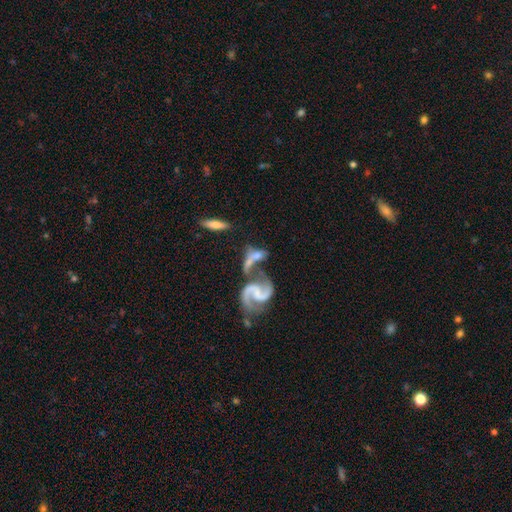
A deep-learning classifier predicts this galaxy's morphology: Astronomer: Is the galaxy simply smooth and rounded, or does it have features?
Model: featured or disk — 65%.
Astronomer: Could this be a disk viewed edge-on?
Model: no — 91%.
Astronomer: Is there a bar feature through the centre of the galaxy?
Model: no — 53% (runner-up: weak, 35%).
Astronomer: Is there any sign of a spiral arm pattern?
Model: yes — 78%.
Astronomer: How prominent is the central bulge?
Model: small — 39% (runner-up: none, 35%).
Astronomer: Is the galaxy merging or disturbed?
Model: merger — 54%.